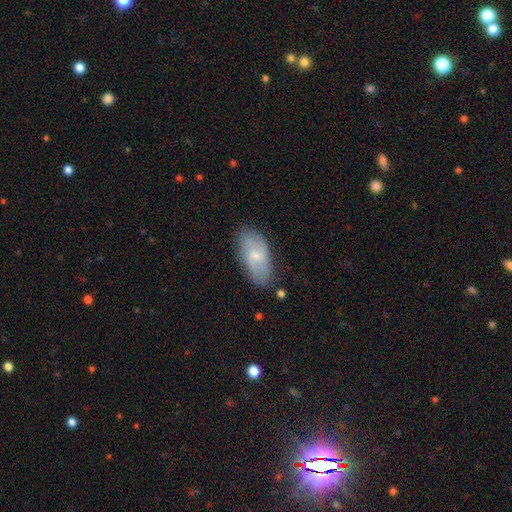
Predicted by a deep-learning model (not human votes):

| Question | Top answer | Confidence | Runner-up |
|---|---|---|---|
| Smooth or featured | smooth | 52% | featured or disk (41%) |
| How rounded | in between | 90% | cigar-shaped (6%) |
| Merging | none | 74% | minor disturbance (19%) |